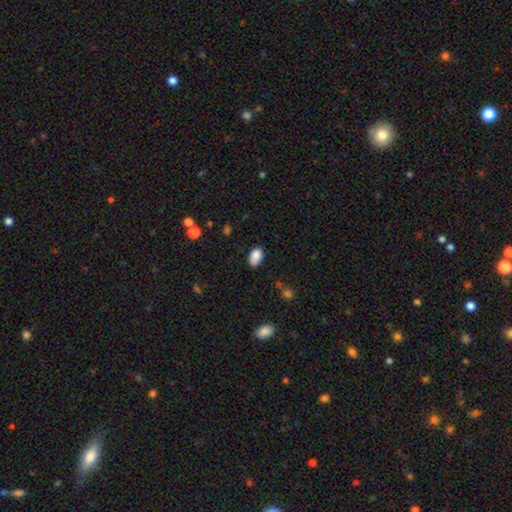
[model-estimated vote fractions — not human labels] Smooth or featured? smooth (87%)
How rounded? in between (91%)
Merging? none (75%)